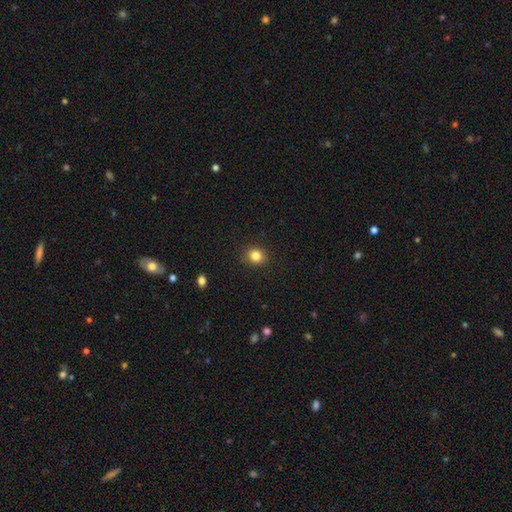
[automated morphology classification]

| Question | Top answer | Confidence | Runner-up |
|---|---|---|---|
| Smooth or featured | smooth | 84% | star or artifact (11%) |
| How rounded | round | 78% | in between (21%) |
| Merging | none | 90% | minor disturbance (7%) |